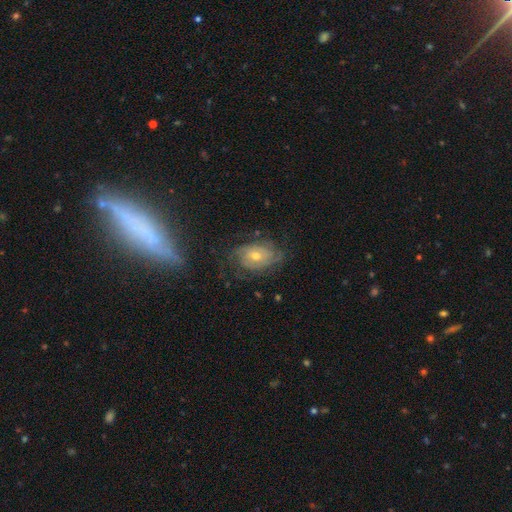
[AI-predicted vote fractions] This is likely a featured or disk galaxy (74%). It is clearly not viewed edge-on (96%). Bar: likely no (69%). Spiral arm pattern: clearly yes (87%). Spiral arm count: possibly can't tell (48%). Spiral winding: possibly tight (60%). Central bulge: possibly moderate (57%). Merging: likely none (63%).